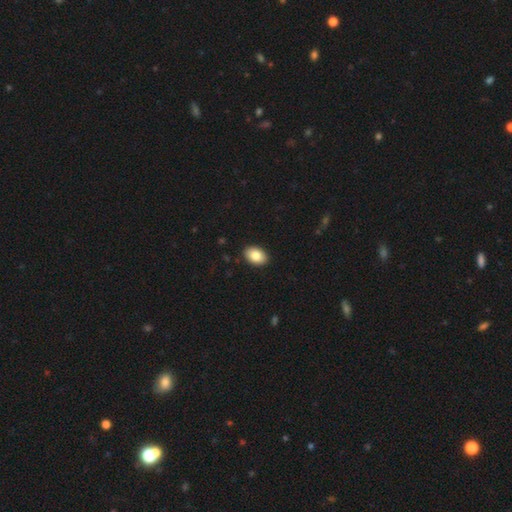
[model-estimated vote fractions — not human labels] A smooth galaxy with no disk features (85%) that is in between round and cigar-shaped (87%). Merging: none (91%).